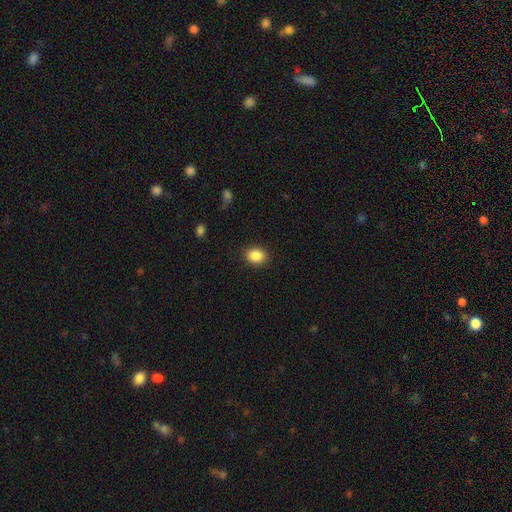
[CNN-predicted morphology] type=smooth (88%); roundness=in between (55%); merging=none (89%).